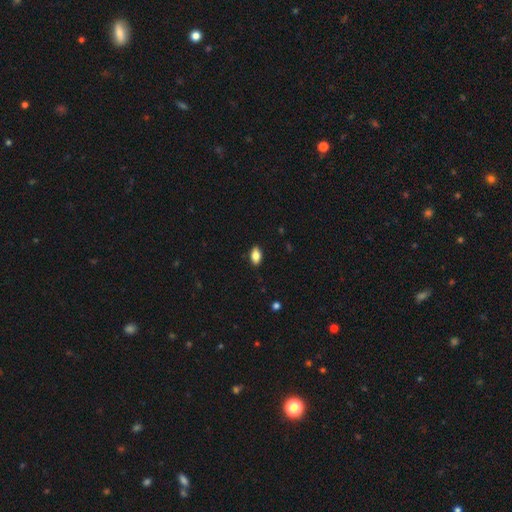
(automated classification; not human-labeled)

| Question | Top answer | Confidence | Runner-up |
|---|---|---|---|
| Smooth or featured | smooth | 85% | star or artifact (8%) |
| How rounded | in between | 91% | round (6%) |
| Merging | none | 87% | minor disturbance (10%) |